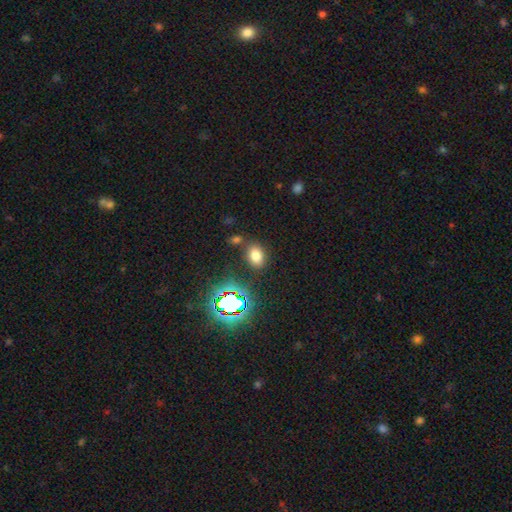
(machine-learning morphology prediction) Overall: smooth (72%). How rounded: in between (76%). Merging: none (78%).